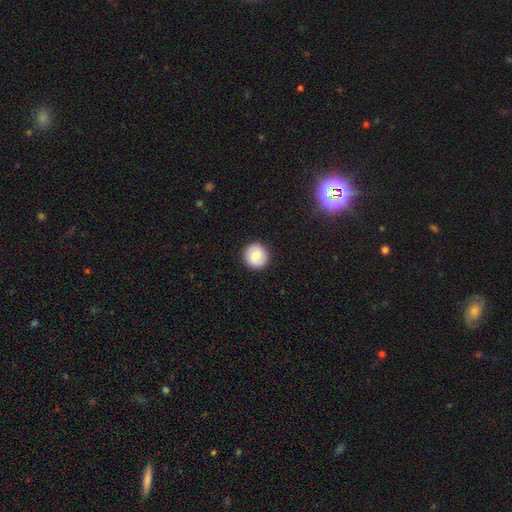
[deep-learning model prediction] The model was most divided on "smooth or featured": smooth: 75%, featured or disk: 17%, star or artifact: 8%. More confident: how rounded — round (95%); merging — none (92%).